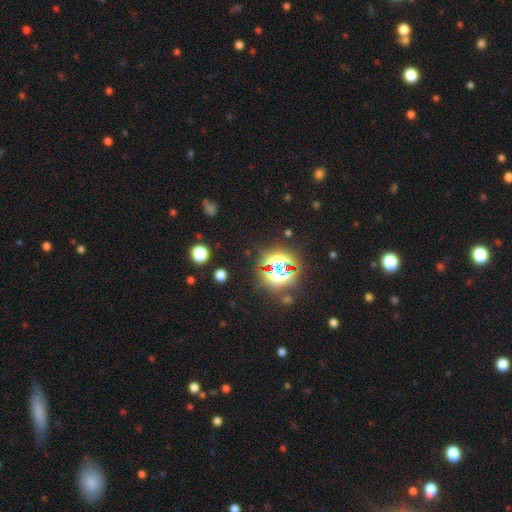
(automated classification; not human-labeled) Q: Smooth or featured?
A: star or artifact (80%); runner-up: smooth (13%)